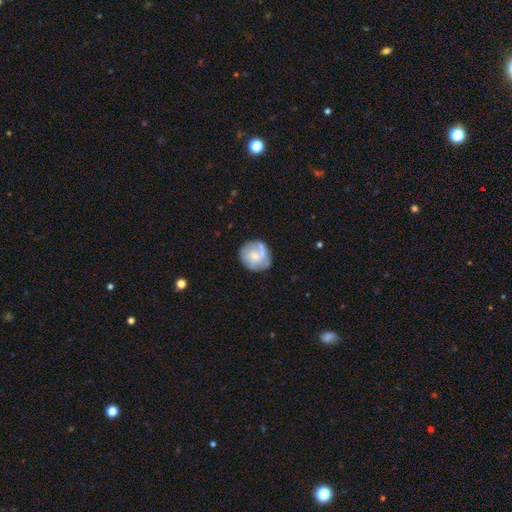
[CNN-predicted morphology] A featured or disk galaxy (47%).

Vote fractions:
- Smooth or featured? featured or disk: 47% / smooth: 46% / star or artifact: 7%
- Merging? none: 64% / minor disturbance: 21% / major disturbance: 9% / merger: 6%